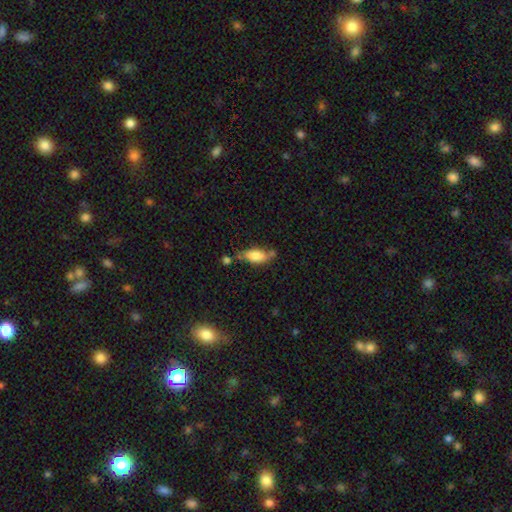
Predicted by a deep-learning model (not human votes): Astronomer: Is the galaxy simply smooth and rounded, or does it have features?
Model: smooth — 78%.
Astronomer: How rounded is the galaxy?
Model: in between — 80%.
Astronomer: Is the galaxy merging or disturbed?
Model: none — 51%.